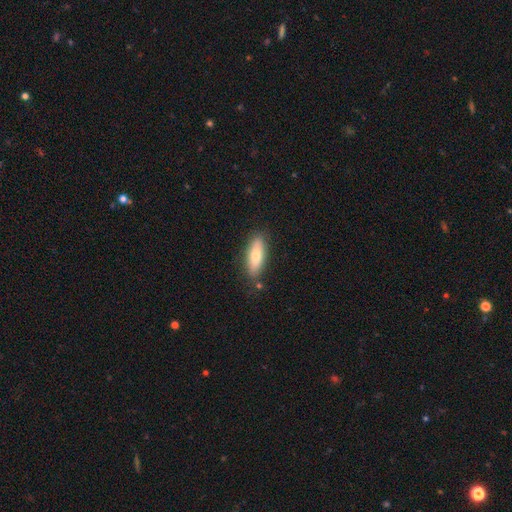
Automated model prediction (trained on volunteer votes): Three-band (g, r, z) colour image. It shows a smooth galaxy with no disk features (70%) that is in between round and cigar-shaped (63%). Merging: none (83%).